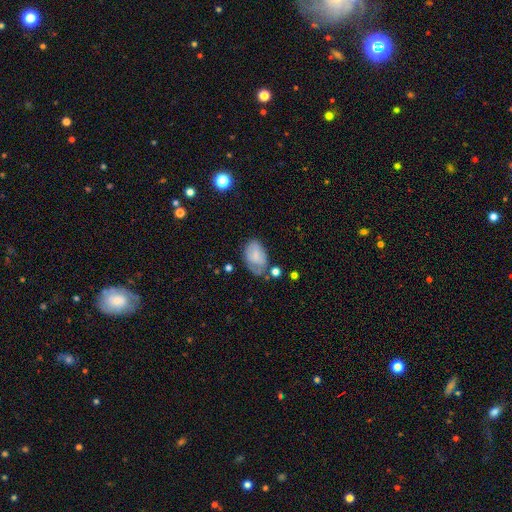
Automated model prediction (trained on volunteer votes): This appears to be a smooth galaxy with no disk features (63%) that is in between round and cigar-shaped (88%). Merging: none (40%).